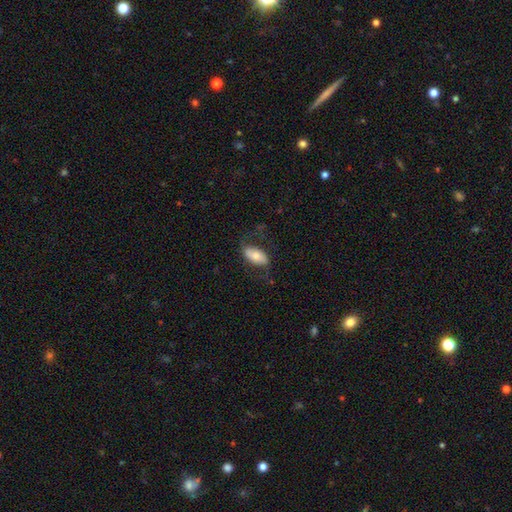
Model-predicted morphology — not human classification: Smooth or featured? Predicted: smooth (p=0.57). How rounded? Predicted: in between (p=0.92). Merging? Predicted: none (p=0.64).